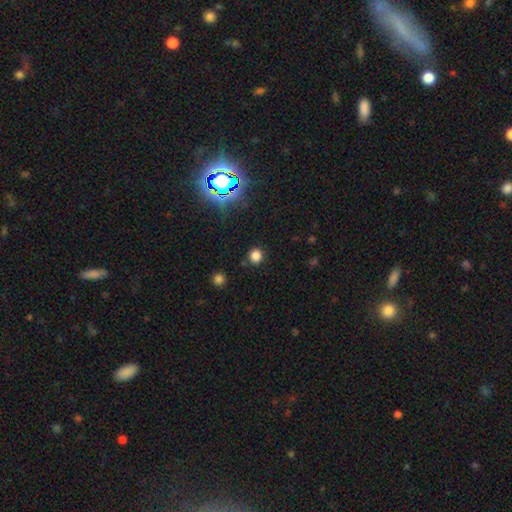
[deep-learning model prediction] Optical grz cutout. It shows a smooth galaxy with no disk features (78%) that is round (87%). Merging: none (89%).